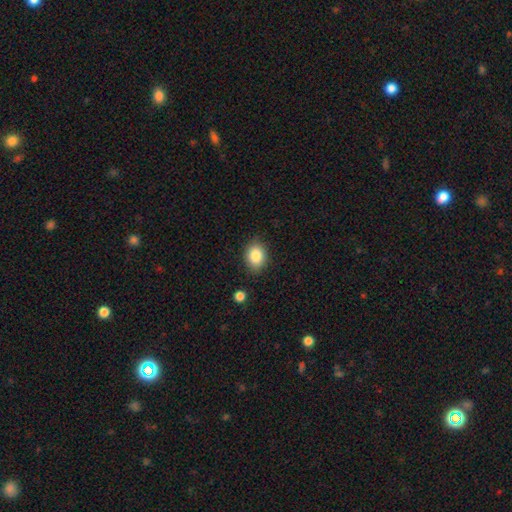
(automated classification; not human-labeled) A smooth galaxy with no disk features (85%) that is in between round and cigar-shaped (64%).

Vote fractions:
- Smooth or featured? smooth: 85% / star or artifact: 8% / featured or disk: 7%
- How rounded? in between: 64% / round: 35% / cigar-shaped: 1%
- Merging? none: 84% / minor disturbance: 12% / major disturbance: 3% / merger: 2%